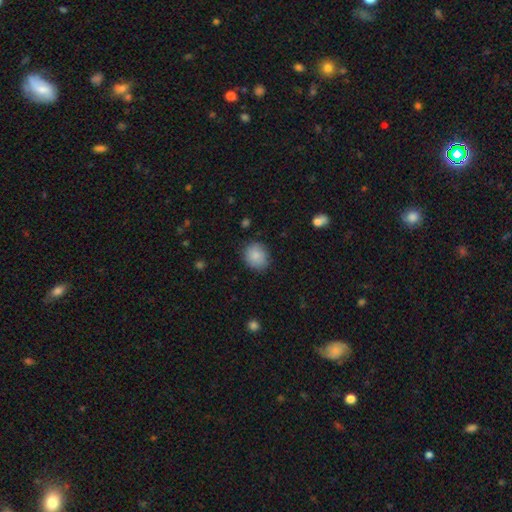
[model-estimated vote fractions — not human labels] Q: Smooth or featured?
A: smooth (85%); runner-up: featured or disk (8%)
Q: How rounded?
A: round (77%); runner-up: in between (22%)
Q: Merging?
A: none (84%); runner-up: minor disturbance (12%)